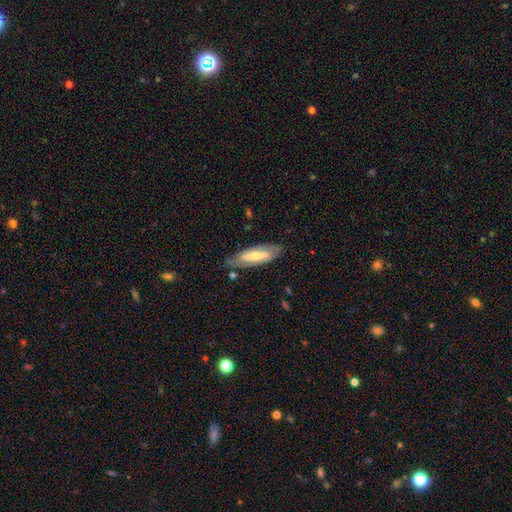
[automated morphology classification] A featured or disk galaxy (65%) with a strong bar (56%), spiral arms (73%) and a moderate central bulge (47%).

Vote fractions:
- Smooth or featured? featured or disk: 65% / smooth: 29% / star or artifact: 5%
- Edge-on disk? no: 78% / yes: 22%
- Bar? strong: 56% / weak: 27% / no: 17%
- Spiral arms? yes: 73% / no: 27%
- Bulge size? moderate: 47% / small: 45% / large: 4% / none: 2% / dominant: 1%
- Merging? none: 78% / minor disturbance: 16% / major disturbance: 4% / merger: 2%